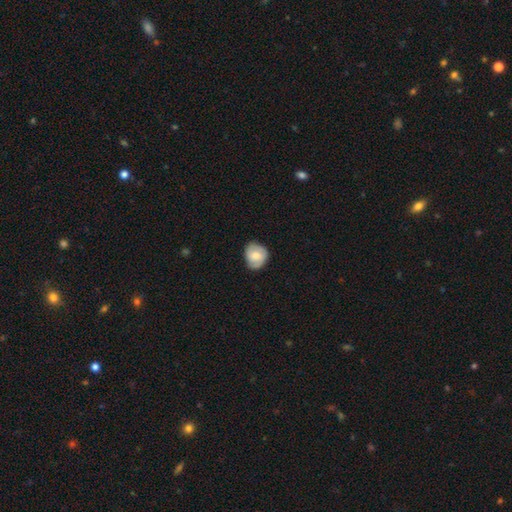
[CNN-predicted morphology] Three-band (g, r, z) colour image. It shows a smooth galaxy with no disk features (62%) that is round (72%). Merging: none (70%).